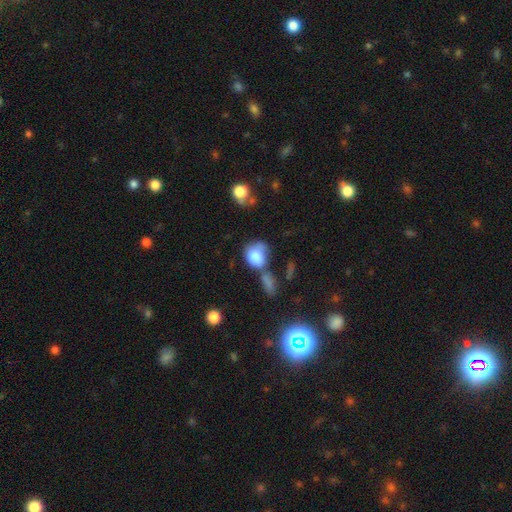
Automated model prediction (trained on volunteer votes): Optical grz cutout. It shows a smooth galaxy with no disk features (77%) that is round (54%). Merging: merger (32%).